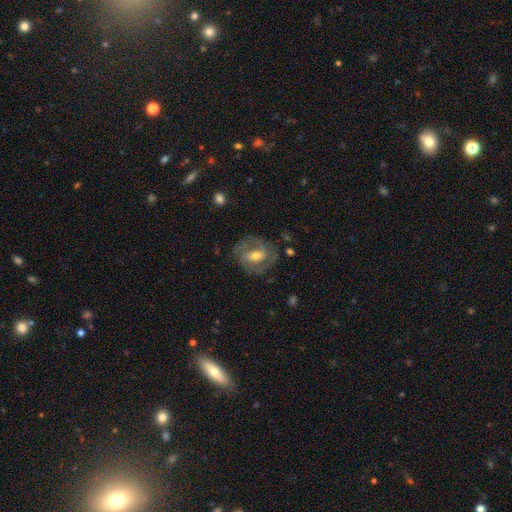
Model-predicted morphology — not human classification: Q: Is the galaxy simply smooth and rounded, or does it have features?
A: featured or disk — 72%.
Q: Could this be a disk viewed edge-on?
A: no — 96%.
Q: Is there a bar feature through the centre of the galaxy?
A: weak — 45%.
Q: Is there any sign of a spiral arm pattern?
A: yes — 78%.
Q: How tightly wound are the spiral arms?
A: tight — 48%.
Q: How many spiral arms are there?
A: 2 — 65%.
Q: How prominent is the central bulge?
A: moderate — 68%.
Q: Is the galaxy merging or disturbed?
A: none — 73%.